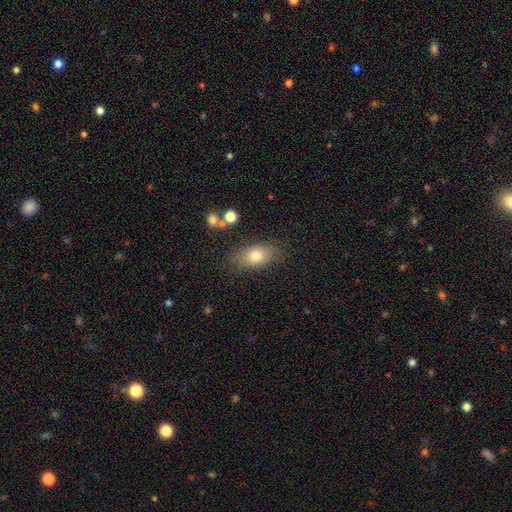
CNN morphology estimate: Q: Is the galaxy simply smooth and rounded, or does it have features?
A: smooth — 76%.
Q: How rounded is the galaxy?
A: in between — 82%.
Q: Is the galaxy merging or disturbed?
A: none — 80%.